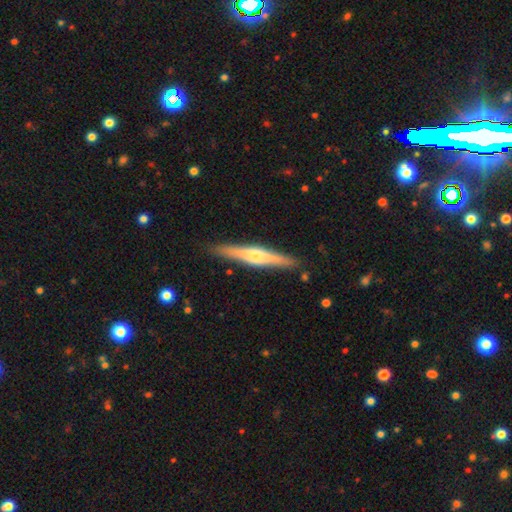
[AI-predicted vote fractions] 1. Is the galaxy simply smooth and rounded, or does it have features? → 64% featured or disk, 31% smooth, 5% star or artifact.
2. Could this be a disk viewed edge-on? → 97% yes, 3% no.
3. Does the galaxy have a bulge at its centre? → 83% rounded, 9% boxy, 8% none.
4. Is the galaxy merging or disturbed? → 89% none, 8% minor disturbance, 2% major disturbance, 1% merger.